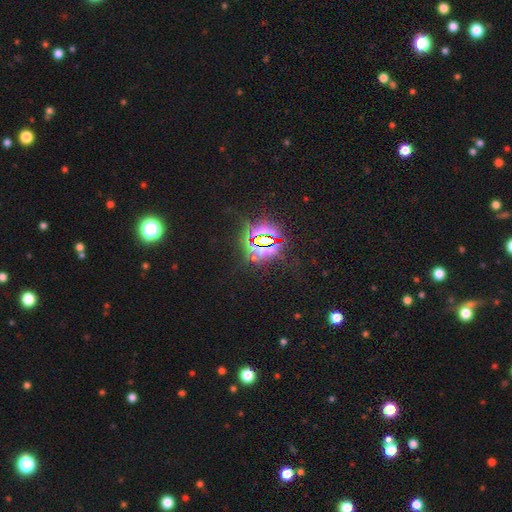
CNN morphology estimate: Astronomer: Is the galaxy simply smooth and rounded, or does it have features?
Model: star or artifact — 84%.